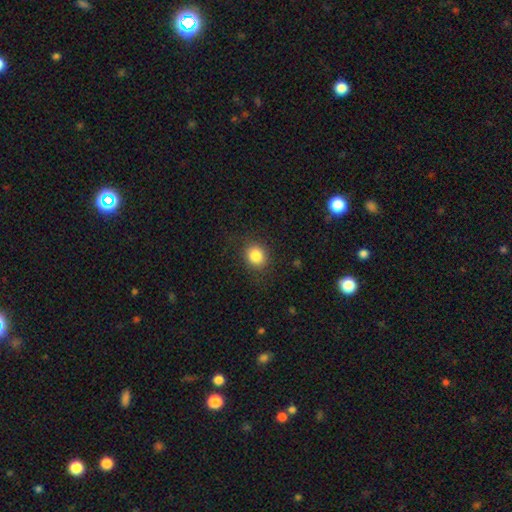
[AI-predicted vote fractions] This is clearly a smooth galaxy (85%). How rounded: likely round (75%). Merging: clearly none (86%).